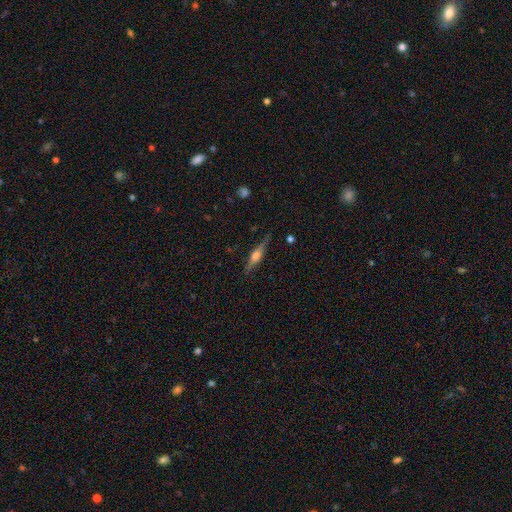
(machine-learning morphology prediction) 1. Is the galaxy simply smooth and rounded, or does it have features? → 73% featured or disk, 21% smooth, 7% star or artifact.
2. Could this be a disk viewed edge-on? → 97% yes, 3% no.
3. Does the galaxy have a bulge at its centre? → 89% rounded, 8% boxy, 3% none.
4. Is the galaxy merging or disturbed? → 86% none, 10% minor disturbance, 2% major disturbance, 1% merger.